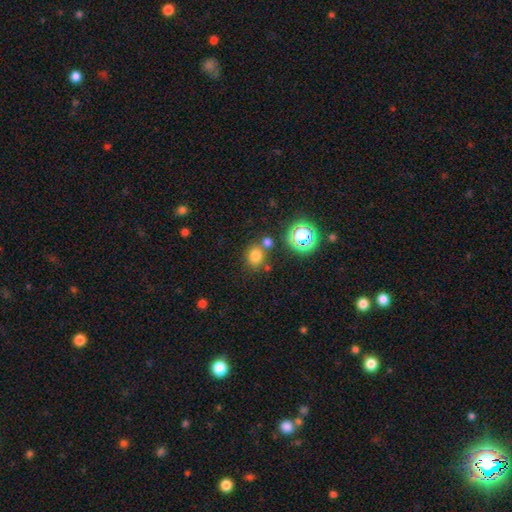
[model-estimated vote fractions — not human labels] Smooth or featured? Predicted: smooth (p=0.73). How rounded? Predicted: round (p=0.75). Merging? Predicted: none (p=0.68).